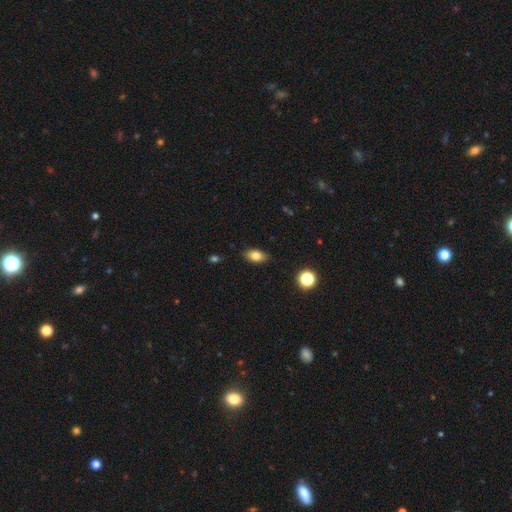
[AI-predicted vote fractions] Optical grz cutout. It shows a smooth galaxy with no disk features (81%) that is in between round and cigar-shaped (87%). Merging: none (85%).